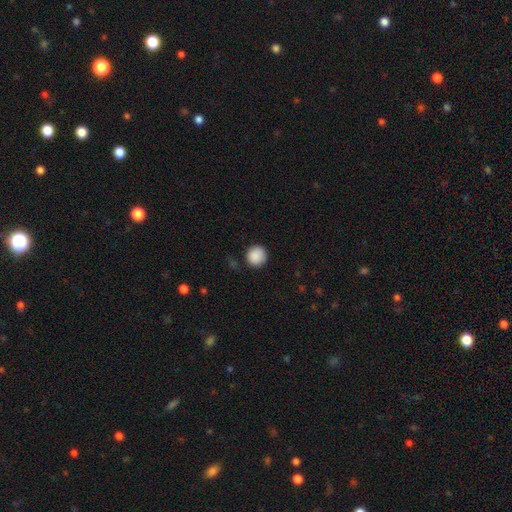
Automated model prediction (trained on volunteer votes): smooth-or-featured: smooth: 89% | star or artifact: 8% | featured or disk: 3%
  how-rounded: round: 93% | in between: 6% | cigar-shaped: 1%
  merging: none: 87% | minor disturbance: 9% | major disturbance: 3% | merger: 2%